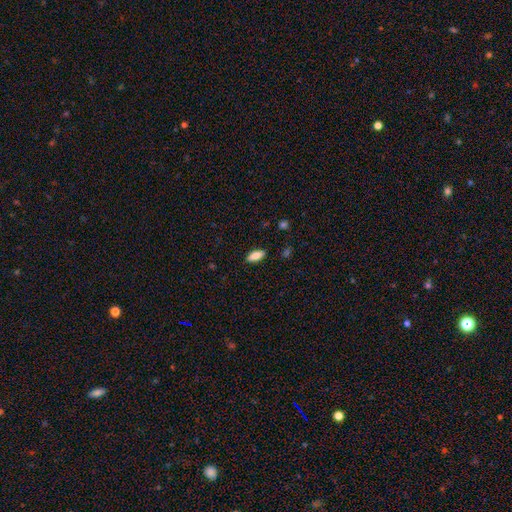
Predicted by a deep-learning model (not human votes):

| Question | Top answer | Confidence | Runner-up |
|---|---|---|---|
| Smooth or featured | smooth | 82% | featured or disk (11%) |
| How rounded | in between | 82% | cigar-shaped (16%) |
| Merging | none | 88% | minor disturbance (9%) |